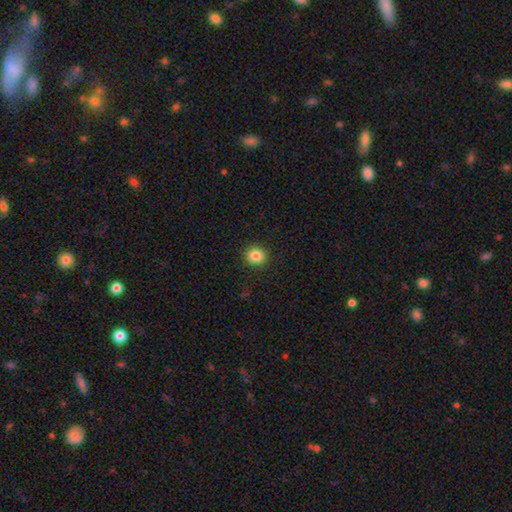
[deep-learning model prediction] This is clearly a smooth galaxy (85%). How rounded: clearly round (88%). Merging: clearly none (91%).